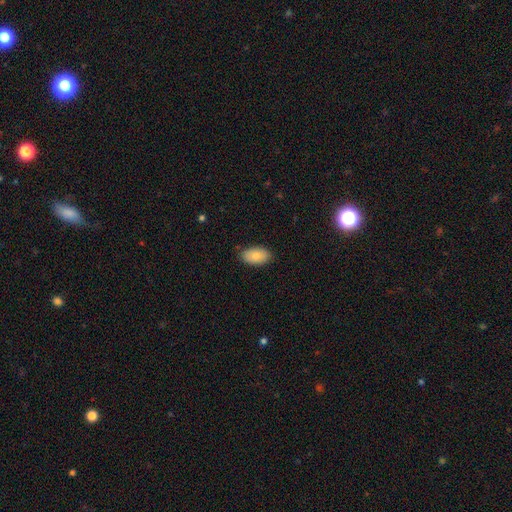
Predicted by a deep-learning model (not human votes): Smooth or featured? Predicted: smooth (p=0.83). How rounded? Predicted: in between (p=0.94). Merging? Predicted: none (p=0.84).